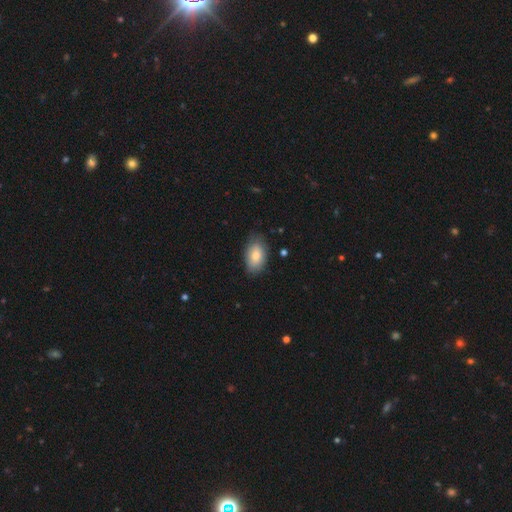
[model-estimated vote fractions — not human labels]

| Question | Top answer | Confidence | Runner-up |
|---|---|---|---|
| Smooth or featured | smooth | 80% | featured or disk (14%) |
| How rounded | in between | 92% | round (6%) |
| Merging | none | 75% | minor disturbance (20%) |